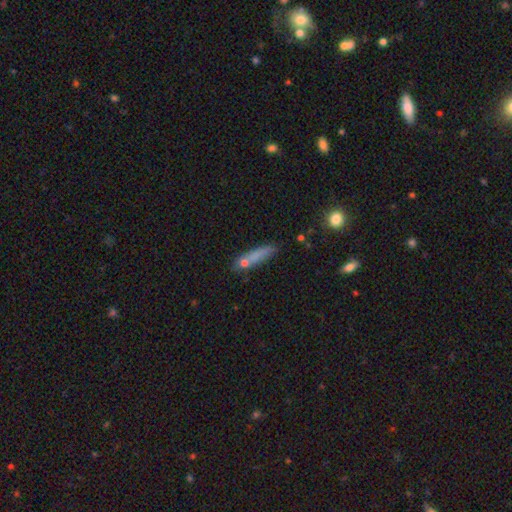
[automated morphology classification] Smooth or featured? Predicted: smooth (p=0.70). How rounded? Predicted: cigar-shaped (p=0.78). Merging? Predicted: none (p=0.63).